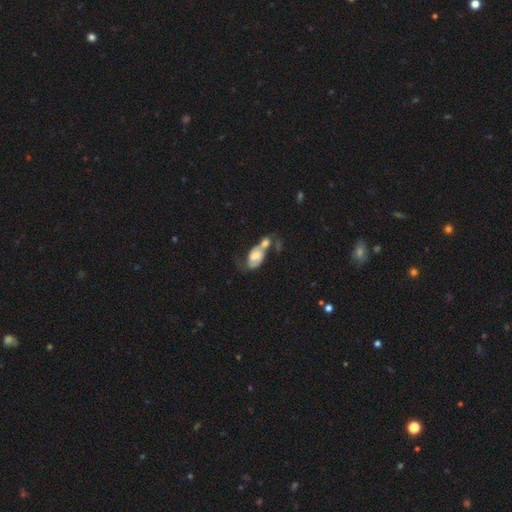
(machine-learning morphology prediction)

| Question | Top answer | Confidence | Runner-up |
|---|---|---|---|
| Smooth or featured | smooth | 49% | featured or disk (43%) |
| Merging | merger | 61% | none (15%) |